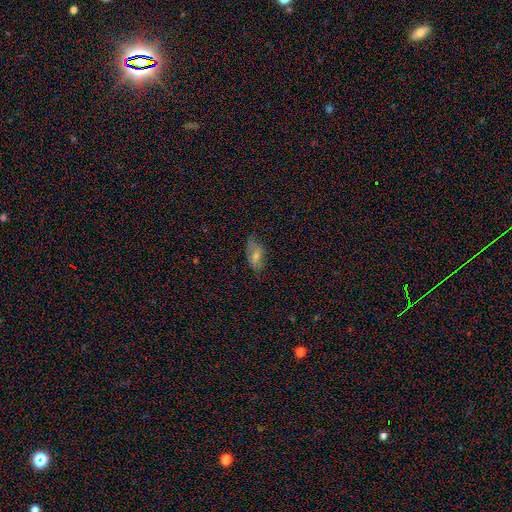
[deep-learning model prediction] Smooth or featured? smooth (71%)
How rounded? in between (91%)
Merging? none (68%)